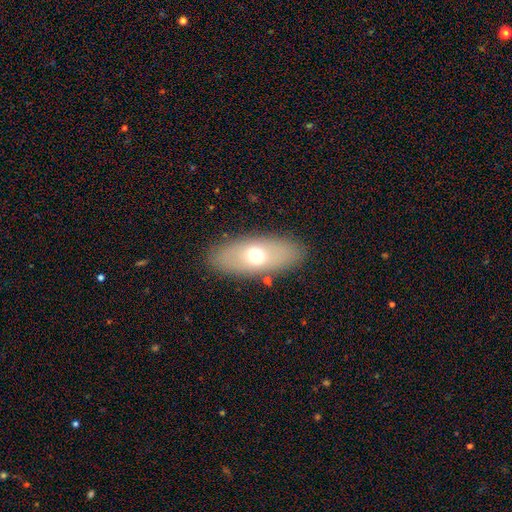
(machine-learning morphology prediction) smooth-or-featured: smooth: 62% | featured or disk: 29% | star or artifact: 9%
  how-rounded: in between: 84% | cigar-shaped: 9% | round: 6%
  merging: none: 85% | minor disturbance: 9% | major disturbance: 4% | merger: 2%